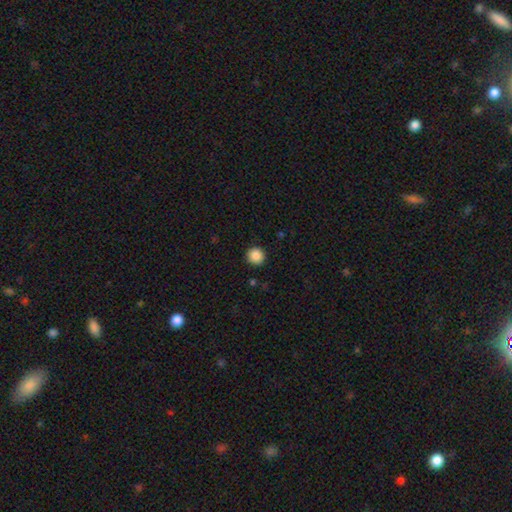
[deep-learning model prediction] Q: Smooth or featured?
A: smooth (88%); runner-up: star or artifact (10%)
Q: How rounded?
A: round (95%); runner-up: in between (4%)
Q: Merging?
A: none (92%); runner-up: minor disturbance (5%)